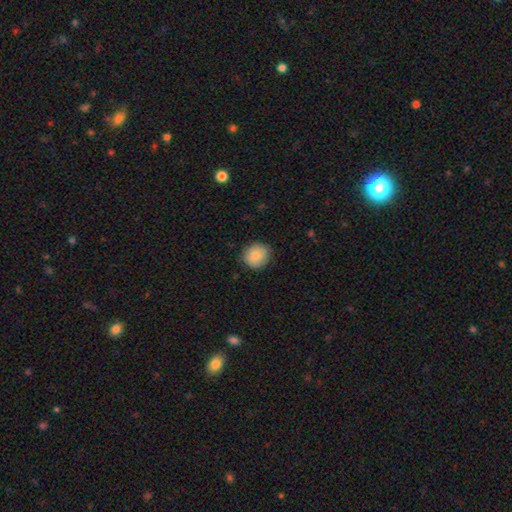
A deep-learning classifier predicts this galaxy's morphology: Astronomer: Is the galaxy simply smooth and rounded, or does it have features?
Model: smooth — 83%.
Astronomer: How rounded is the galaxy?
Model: round — 83%.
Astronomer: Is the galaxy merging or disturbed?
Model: none — 85%.